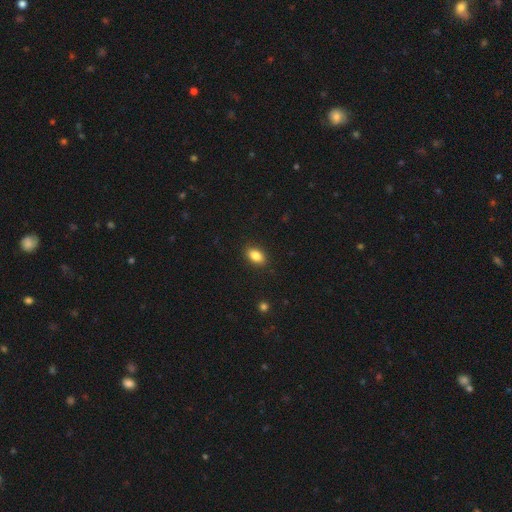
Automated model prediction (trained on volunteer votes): smooth_or_featured: smooth (p=0.85) [alt: star or artifact p=0.08]
how_rounded: in between (p=0.88) [alt: round p=0.09]
merging: none (p=0.89) [alt: minor disturbance p=0.08]